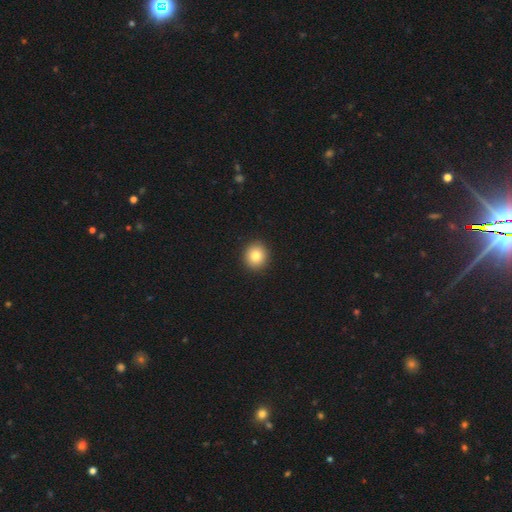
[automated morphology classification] Overall: smooth (82%). How rounded: round (90%). Merging: none (93%).